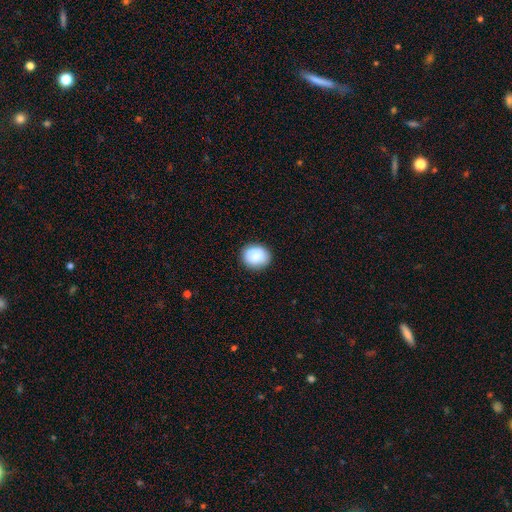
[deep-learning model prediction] This appears to be a smooth galaxy with no disk features (84%) that is round (68%). Merging: none (85%).